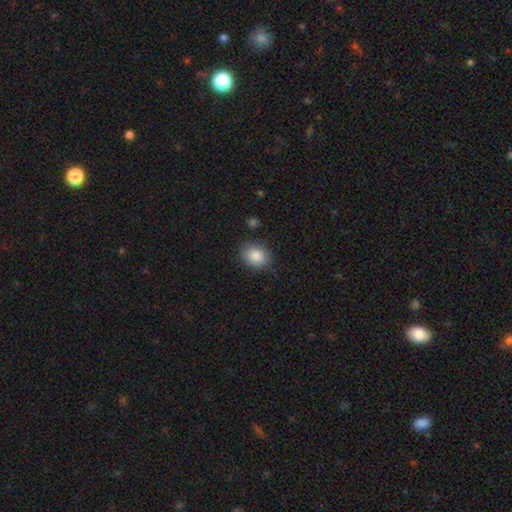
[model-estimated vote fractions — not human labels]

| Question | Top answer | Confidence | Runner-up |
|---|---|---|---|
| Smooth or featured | smooth | 87% | star or artifact (8%) |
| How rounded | in between | 57% | round (42%) |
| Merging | none | 83% | minor disturbance (12%) |